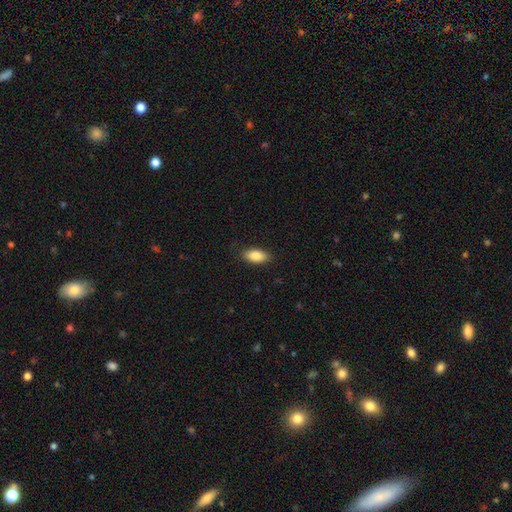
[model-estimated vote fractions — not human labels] Smooth or featured?
  - smooth: 87% *
  - star or artifact: 7%
  - featured or disk: 6%
How rounded?
  - in between: 90% *
  - cigar-shaped: 7%
  - round: 3%
Merging?
  - none: 87% *
  - minor disturbance: 9%
  - major disturbance: 2%
  - merger: 1%